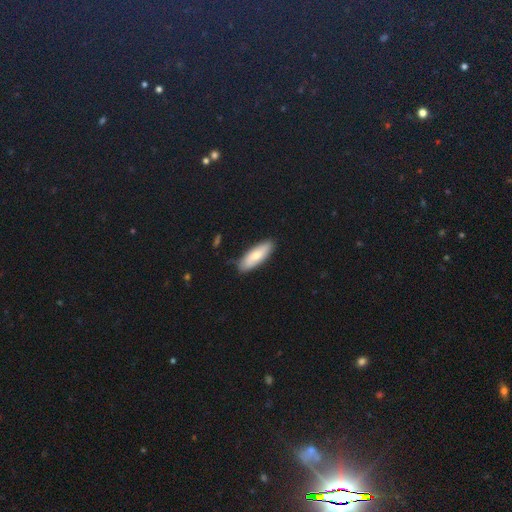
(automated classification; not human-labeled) Morphology: type=smooth (69%); roundness=in between (62%); merging=none (84%).